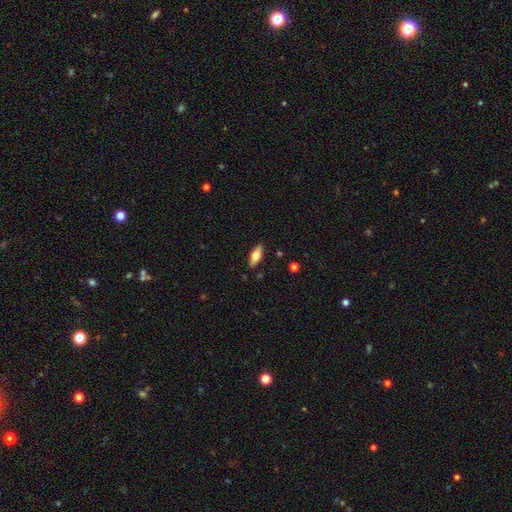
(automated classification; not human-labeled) The model was most divided on "smooth or featured": smooth: 67%, featured or disk: 26%, star or artifact: 7%. More confident: merging — none (88%); how rounded — in between (76%).